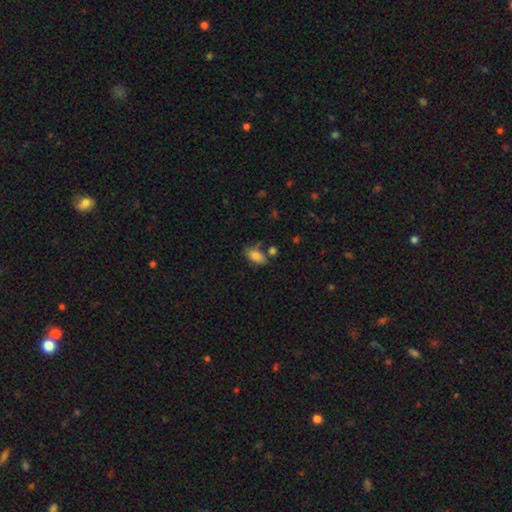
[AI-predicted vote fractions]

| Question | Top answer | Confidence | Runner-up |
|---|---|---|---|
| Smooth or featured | smooth | 82% | featured or disk (10%) |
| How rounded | in between | 91% | cigar-shaped (5%) |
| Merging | none | 60% | minor disturbance (21%) |